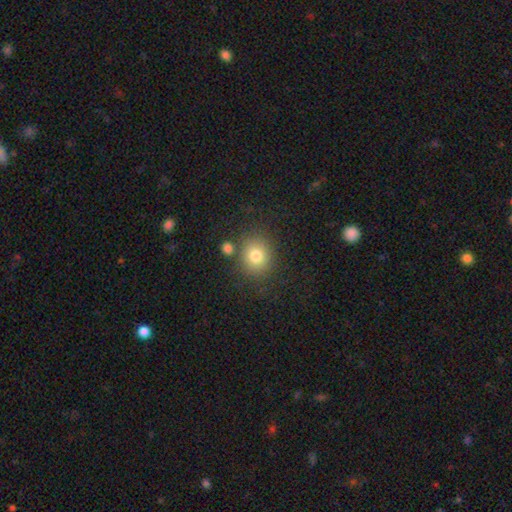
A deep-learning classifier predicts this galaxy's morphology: Overall: smooth (79%). How rounded: round (73%). Merging: none (77%).